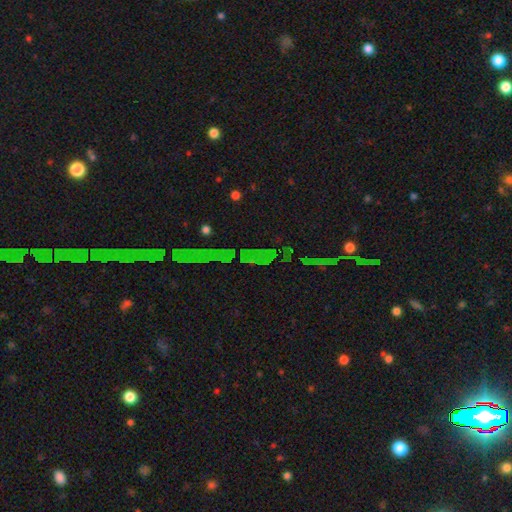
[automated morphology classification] A star or artifact, not a galaxy (84%).